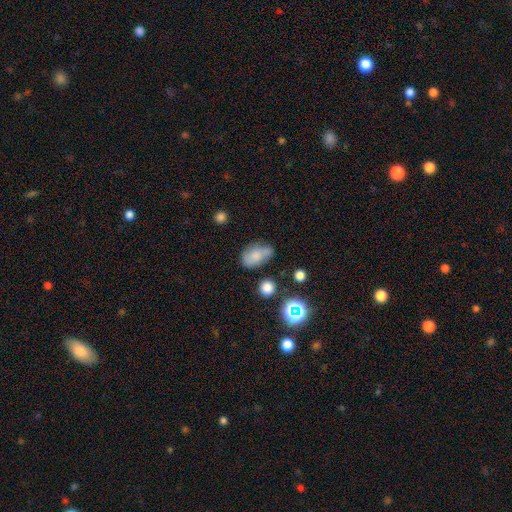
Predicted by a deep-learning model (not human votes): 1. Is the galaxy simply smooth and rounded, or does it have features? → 69% smooth, 19% featured or disk, 12% star or artifact.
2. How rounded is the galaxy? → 86% in between, 13% round, 2% cigar-shaped.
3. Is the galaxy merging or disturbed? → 50% none, 28% minor disturbance, 12% merger, 10% major disturbance.